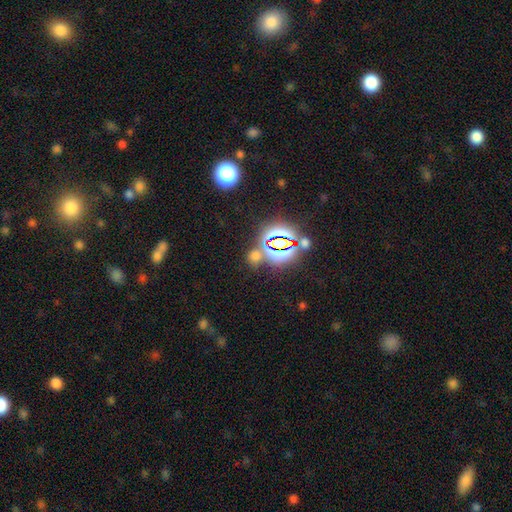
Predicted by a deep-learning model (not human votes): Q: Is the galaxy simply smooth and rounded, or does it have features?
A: star or artifact — 49%.